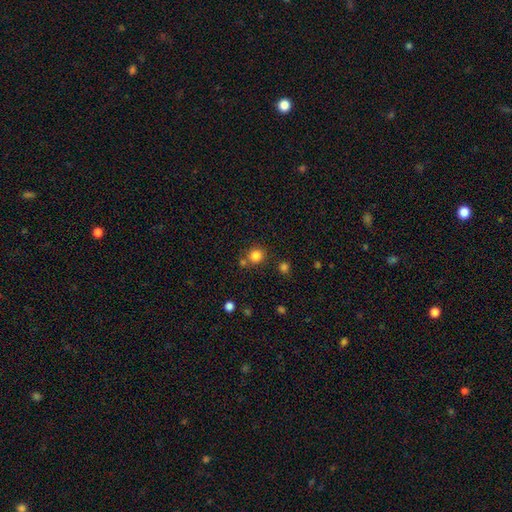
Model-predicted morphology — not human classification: smooth 82%, star or artifact 13%, featured or disk 5%. Down the decision tree: how rounded — round (88%); merging — none (72%).